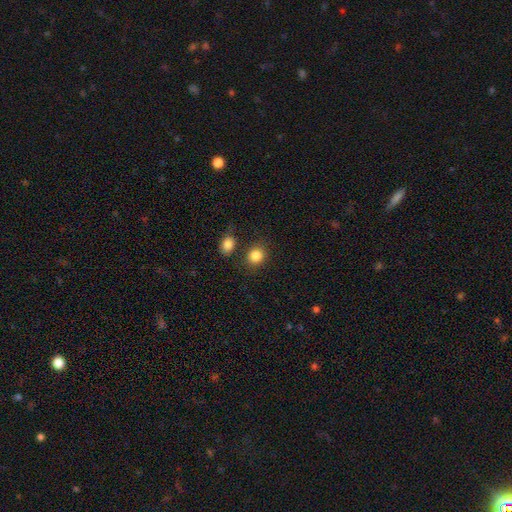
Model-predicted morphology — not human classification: Smooth or featured: smooth — 85% (star or artifact — 10%)
How rounded: round — 73% (in between — 26%)
Merging: none — 78% (minor disturbance — 10%)